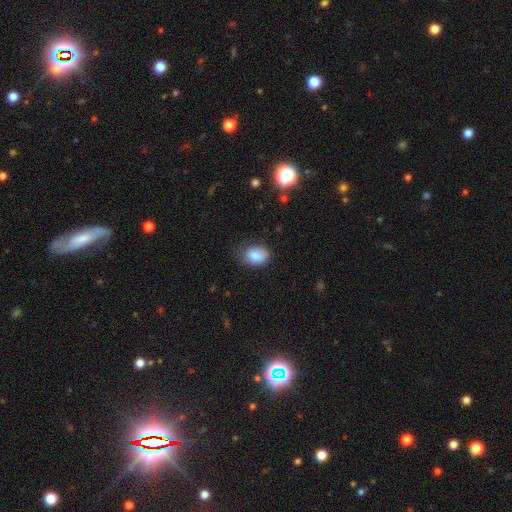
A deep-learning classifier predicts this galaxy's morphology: This appears to be a smooth galaxy with no disk features (85%) that is in between round and cigar-shaped (73%). Merging: none (66%).